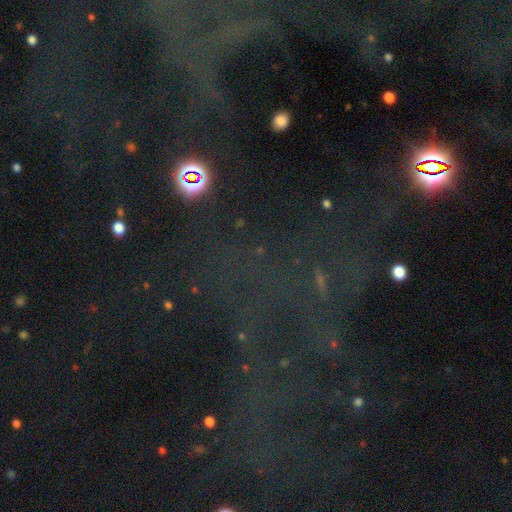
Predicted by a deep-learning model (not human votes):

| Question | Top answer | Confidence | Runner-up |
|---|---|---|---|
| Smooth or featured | star or artifact | 68% | smooth (18%) |